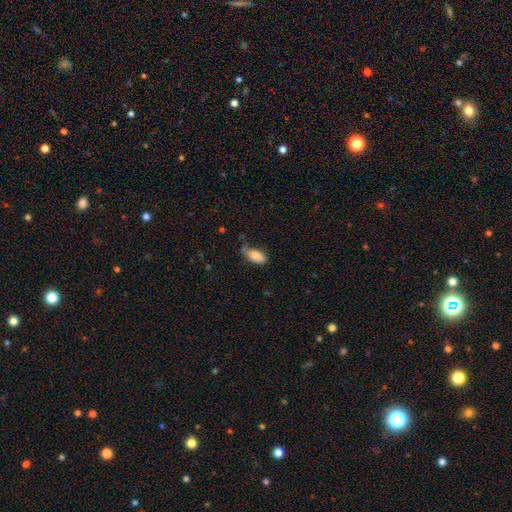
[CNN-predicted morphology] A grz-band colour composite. It shows a smooth galaxy with no disk features (83%) that is in between round and cigar-shaped (89%). Merging: none (46%).